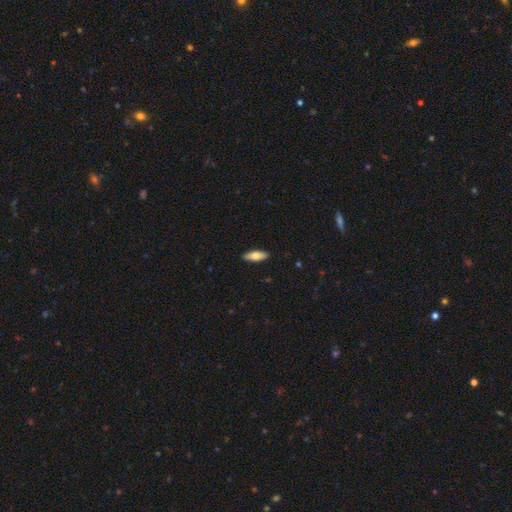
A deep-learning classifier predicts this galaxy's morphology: Smooth or featured: smooth — 69% (featured or disk — 26%)
How rounded: in between — 63% (cigar-shaped — 34%)
Merging: none — 91% (minor disturbance — 7%)